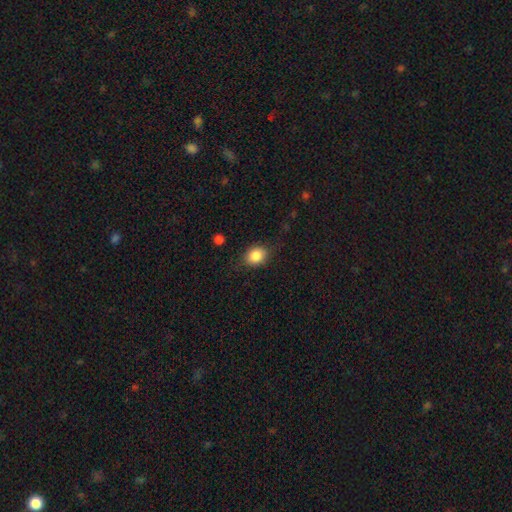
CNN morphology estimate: smooth 85%, star or artifact 9%, featured or disk 6%. Down the decision tree: how rounded — in between (53%); merging — none (78%).